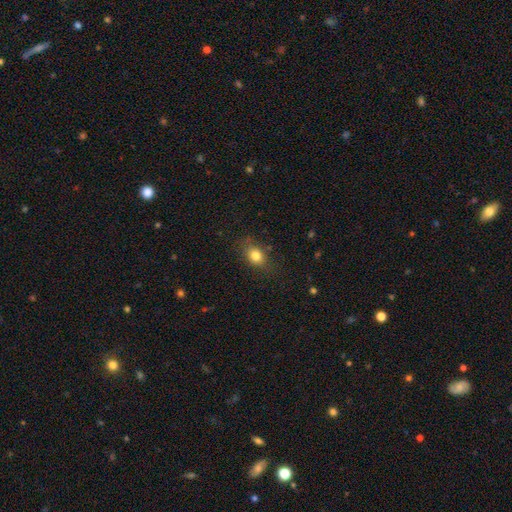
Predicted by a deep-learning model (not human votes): This is likely a smooth galaxy (80%). How rounded: likely in between (65%). Merging: likely none (78%).